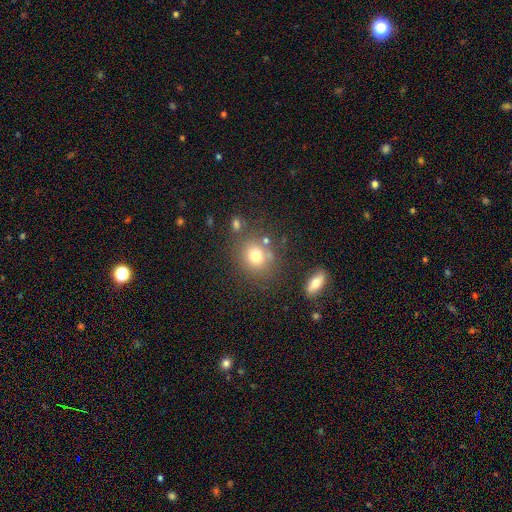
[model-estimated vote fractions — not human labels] Morphology: type=smooth (75%); roundness=round (75%); merging=none (72%).